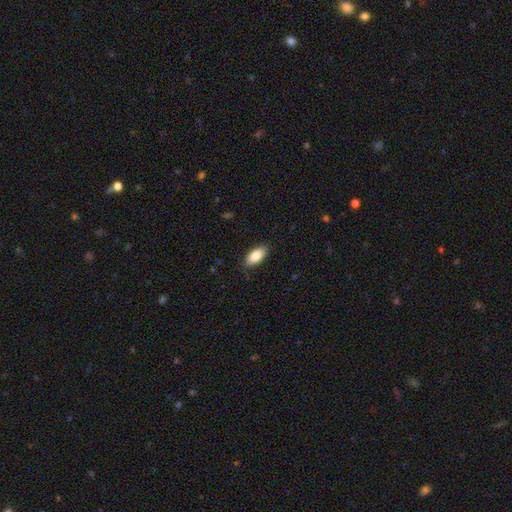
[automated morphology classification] Smooth or featured: smooth — 85% (featured or disk — 9%)
How rounded: in between — 89% (cigar-shaped — 9%)
Merging: none — 86% (minor disturbance — 11%)